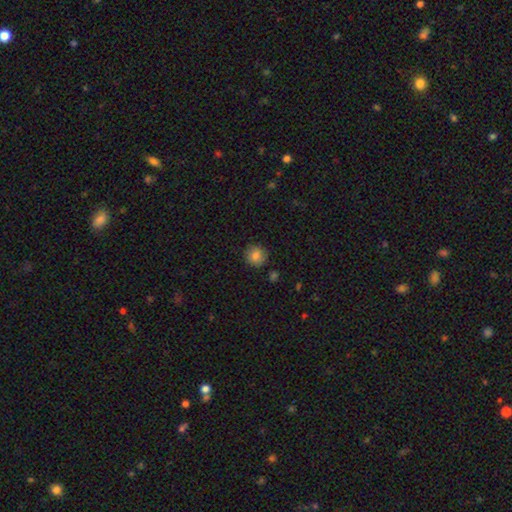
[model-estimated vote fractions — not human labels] This appears to be a smooth galaxy with no disk features (80%) that is round (90%). Merging: none (83%).